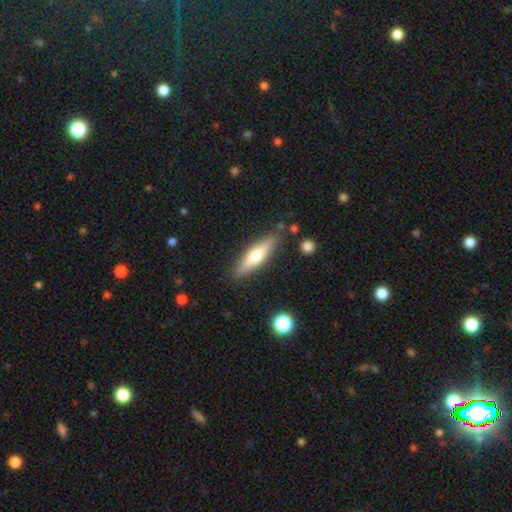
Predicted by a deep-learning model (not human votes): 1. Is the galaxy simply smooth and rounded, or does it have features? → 50% smooth, 44% featured or disk, 6% star or artifact.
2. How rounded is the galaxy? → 72% cigar-shaped, 27% in between, 2% round.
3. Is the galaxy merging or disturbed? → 85% none, 10% minor disturbance, 2% merger, 2% major disturbance.